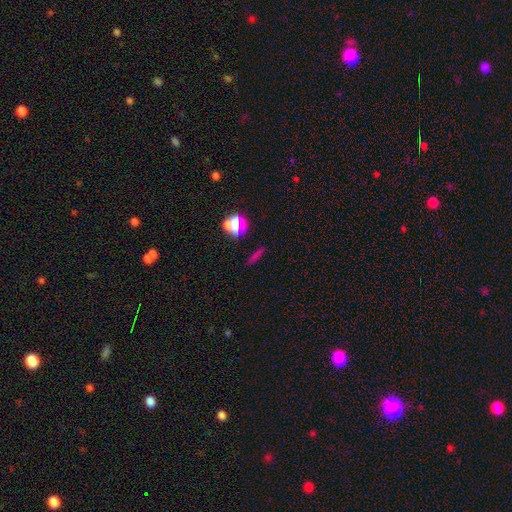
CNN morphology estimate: The model was most divided on "smooth or featured": smooth: 55%, star or artifact: 30%, featured or disk: 15%. More confident: merging — none (84%); how rounded — cigar-shaped (72%).